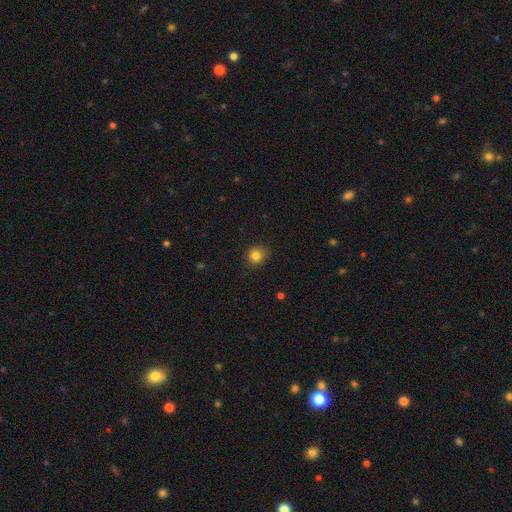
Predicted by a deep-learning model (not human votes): Smooth or featured? Predicted: smooth (p=0.82). How rounded? Predicted: round (p=0.82). Merging? Predicted: none (p=0.85).